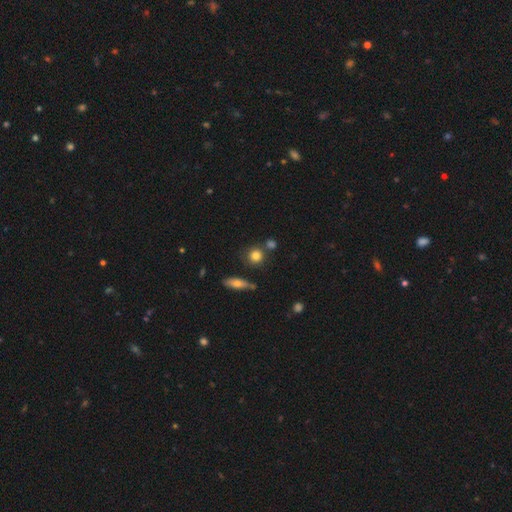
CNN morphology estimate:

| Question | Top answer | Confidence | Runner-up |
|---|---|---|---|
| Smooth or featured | smooth | 81% | star or artifact (11%) |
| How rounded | round | 85% | in between (12%) |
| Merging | none | 73% | merger (14%) |